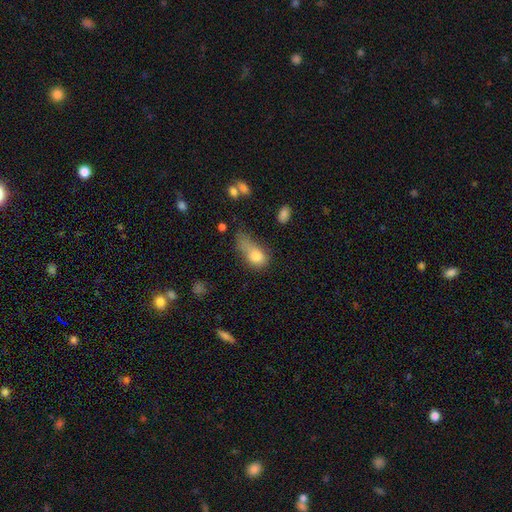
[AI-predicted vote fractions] A smooth galaxy with no disk features (76%) that is in between round and cigar-shaped (68%).

Vote fractions:
- Smooth or featured? smooth: 76% / featured or disk: 14% / star or artifact: 10%
- How rounded? in between: 68% / round: 25% / cigar-shaped: 7%
- Merging? major disturbance: 42% / minor disturbance: 28% / none: 18% / merger: 13%